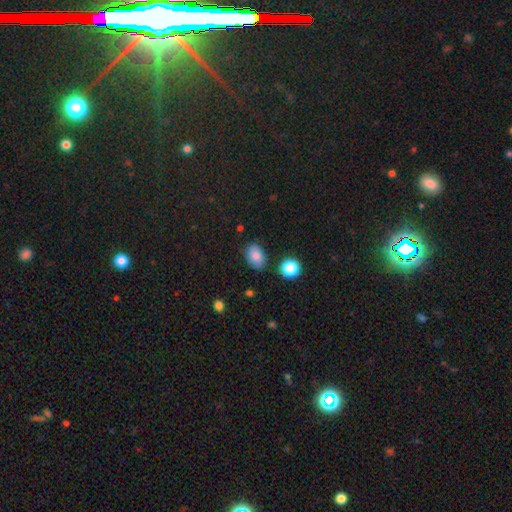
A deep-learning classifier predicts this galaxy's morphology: type=smooth (82%); roundness=in between (84%); merging=none (79%).